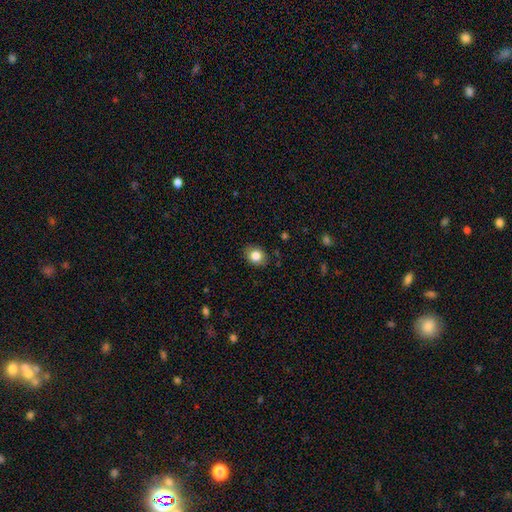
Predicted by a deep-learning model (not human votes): This appears to be a smooth galaxy with no disk features (83%) that is round (51%). Merging: none (85%).